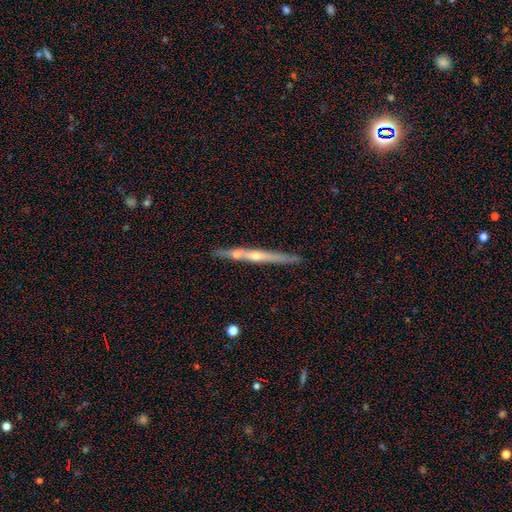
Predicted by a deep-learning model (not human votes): featured or disk 71%, smooth 23%, star or artifact 7%. Down the decision tree: edge-on disk — yes (97%); edge-on bulge — rounded (65%); merging — none (82%).